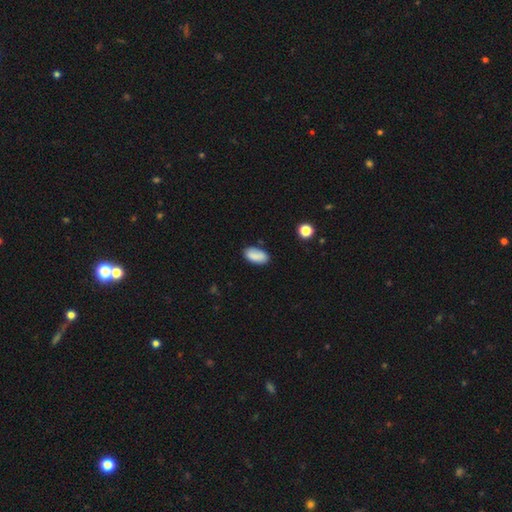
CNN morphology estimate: Smooth or featured? Predicted: smooth (p=0.85). How rounded? Predicted: in between (p=0.93). Merging? Predicted: none (p=0.78).